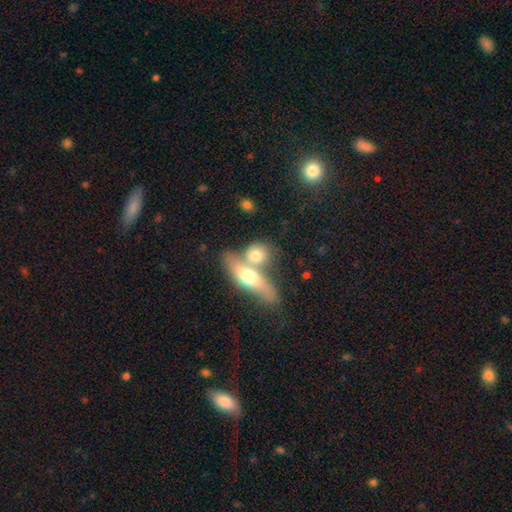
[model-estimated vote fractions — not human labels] Smooth or featured? smooth (68%)
How rounded? in between (50%)
Merging? merger (57%)